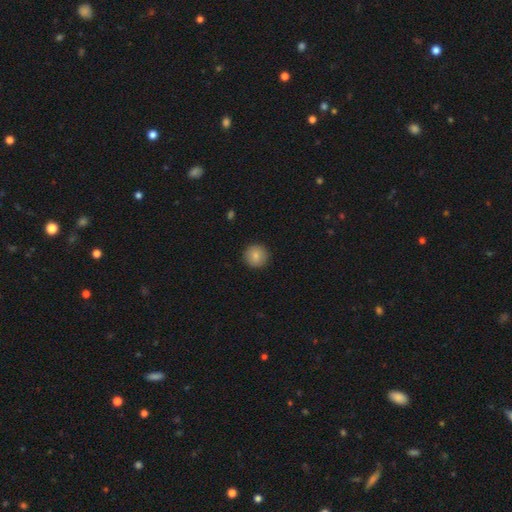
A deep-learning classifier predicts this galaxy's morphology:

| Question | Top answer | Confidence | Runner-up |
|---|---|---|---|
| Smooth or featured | smooth | 84% | star or artifact (8%) |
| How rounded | round | 95% | in between (4%) |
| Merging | none | 92% | minor disturbance (6%) |